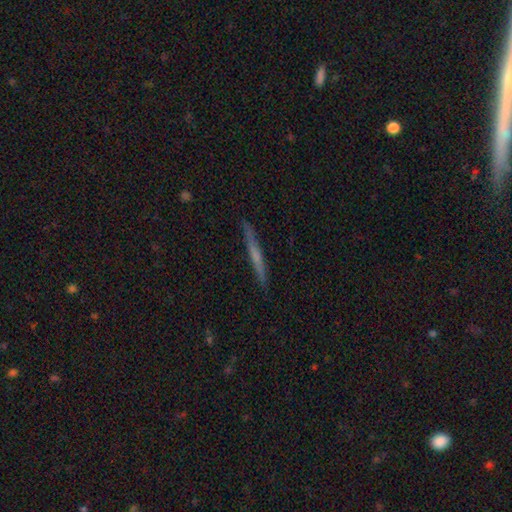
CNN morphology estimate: featured or disk 50%, smooth 44%, star or artifact 7%. Down the decision tree: merging — none (90%).